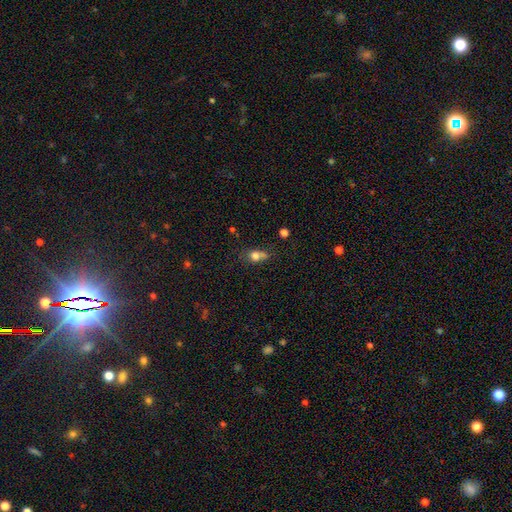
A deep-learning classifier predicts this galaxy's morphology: Smooth or featured? smooth (75%)
How rounded? round (53%)
Merging? none (40%)